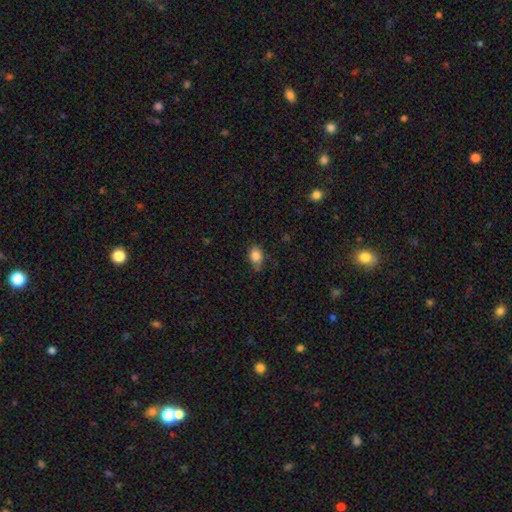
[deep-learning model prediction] The model was most divided on "merging": none: 63%, minor disturbance: 29%, major disturbance: 6%, merger: 2%. More confident: smooth or featured — smooth (85%); how rounded — in between (74%).